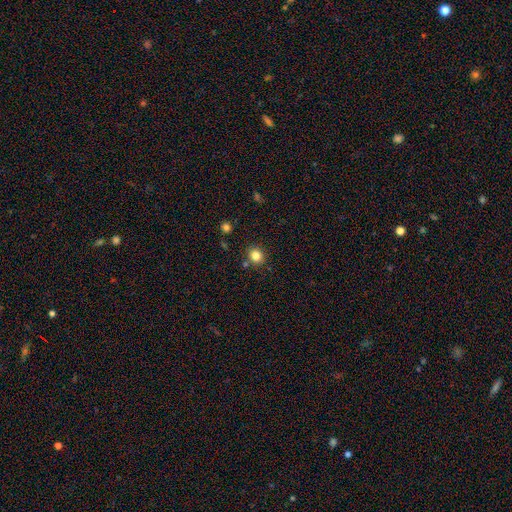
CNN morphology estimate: type=smooth (83%); roundness=round (75%); merging=none (83%).